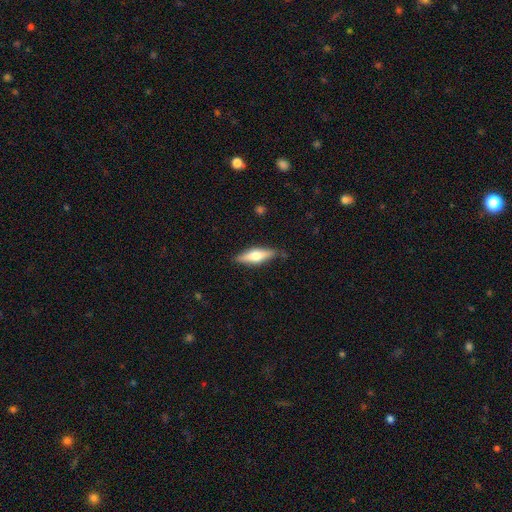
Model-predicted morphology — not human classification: Smooth or featured? Predicted: smooth (p=0.49). Merging? Predicted: none (p=0.83).